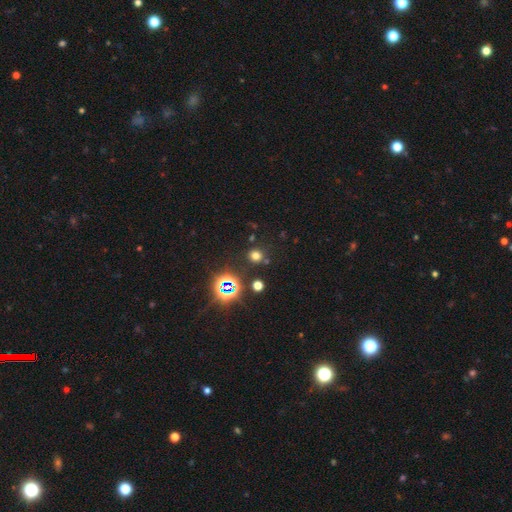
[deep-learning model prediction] smooth-or-featured: smooth: 63% | star or artifact: 30% | featured or disk: 7%
  how-rounded: round: 89% | in between: 10% | cigar-shaped: 1%
  merging: none: 83% | minor disturbance: 8% | merger: 6% | major disturbance: 4%